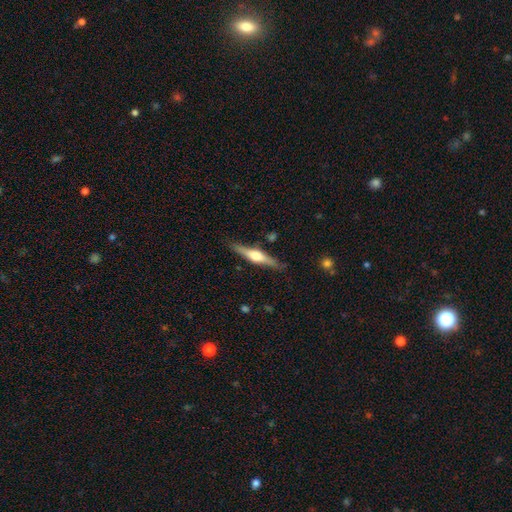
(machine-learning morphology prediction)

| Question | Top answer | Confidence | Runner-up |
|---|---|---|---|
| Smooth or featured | featured or disk | 69% | smooth (26%) |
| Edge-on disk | yes | 97% | no (3%) |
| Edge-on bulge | rounded | 90% | boxy (7%) |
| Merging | none | 86% | minor disturbance (10%) |